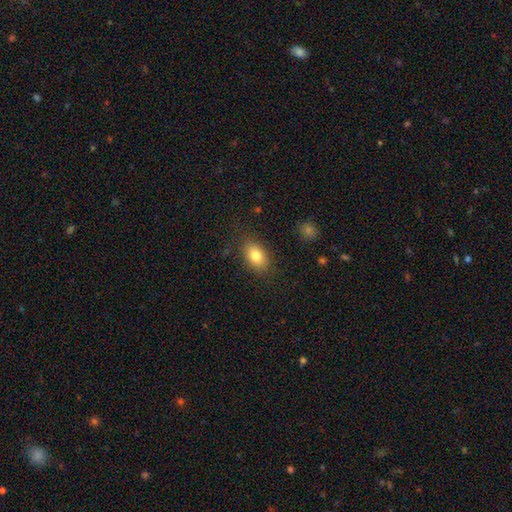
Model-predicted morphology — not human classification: This appears to be a smooth galaxy with no disk features (80%) that is in between round and cigar-shaped (86%). Merging: none (83%).